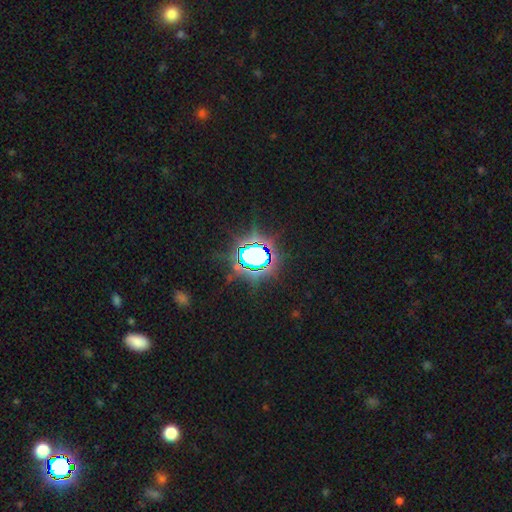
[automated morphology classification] A star or artifact, not a galaxy (76%).

Vote fractions:
- Smooth or featured? star or artifact: 76% / smooth: 13% / featured or disk: 11%